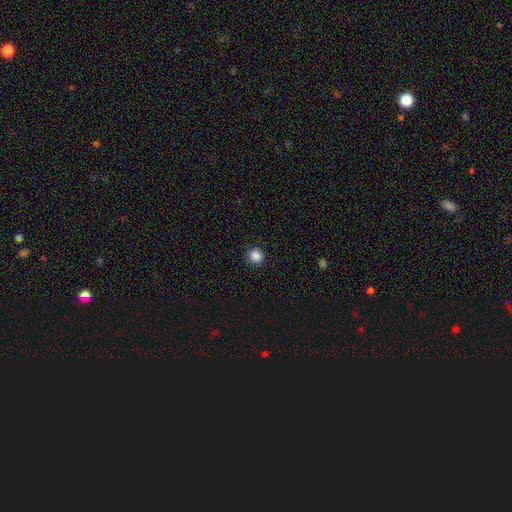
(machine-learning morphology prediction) This is clearly a smooth galaxy (86%). How rounded: clearly round (95%). Merging: clearly none (92%).